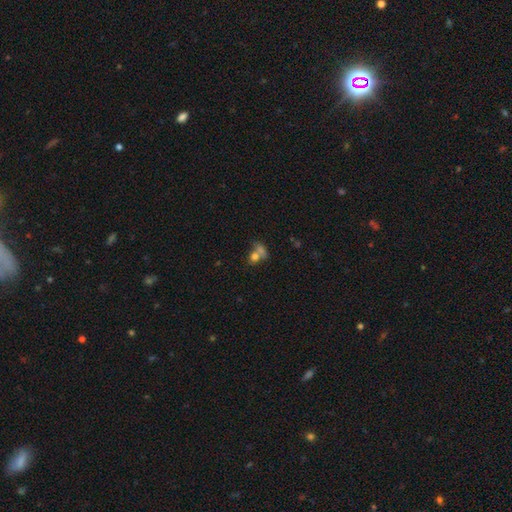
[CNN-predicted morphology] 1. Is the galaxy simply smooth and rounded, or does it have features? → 70% smooth, 16% featured or disk, 14% star or artifact.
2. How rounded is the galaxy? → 50% in between, 47% round, 3% cigar-shaped.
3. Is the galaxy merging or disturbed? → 54% merger, 30% none, 9% minor disturbance, 7% major disturbance.